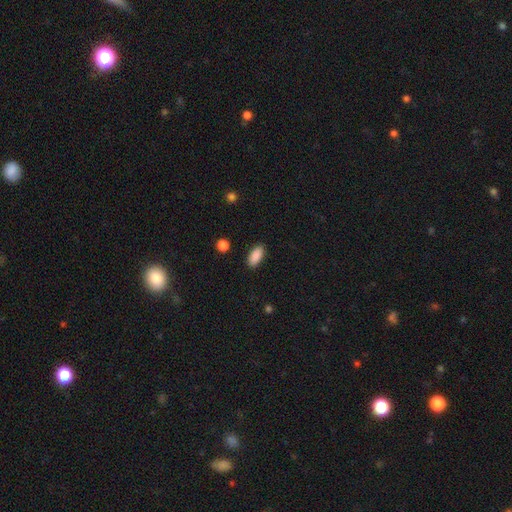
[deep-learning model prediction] Morphology: type=smooth (89%); roundness=in between (89%); merging=none (89%).